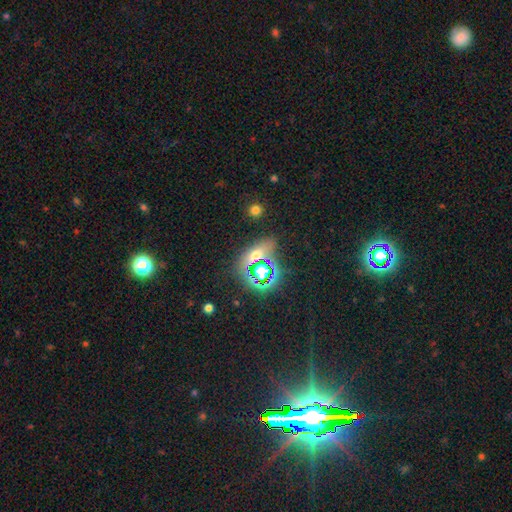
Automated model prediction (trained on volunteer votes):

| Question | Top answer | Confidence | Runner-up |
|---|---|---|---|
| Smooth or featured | smooth | 44% | star or artifact (42%) |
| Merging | none | 73% | minor disturbance (13%) |